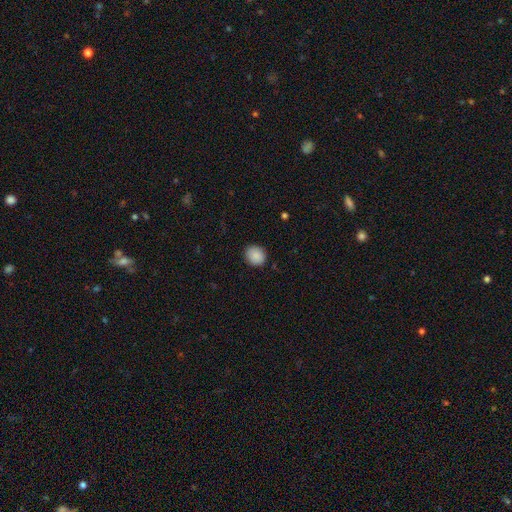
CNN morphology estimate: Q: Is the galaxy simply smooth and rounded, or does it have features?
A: smooth — 89%.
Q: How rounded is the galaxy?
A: round — 76%.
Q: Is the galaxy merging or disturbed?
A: none — 89%.